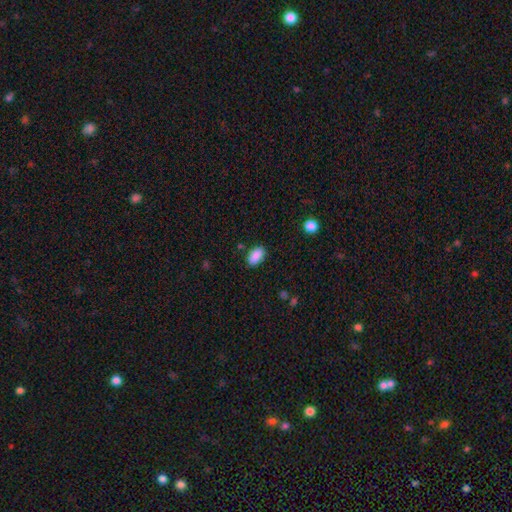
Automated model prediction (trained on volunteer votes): Smooth or featured? Predicted: smooth (p=0.89). How rounded? Predicted: in between (p=0.92). Merging? Predicted: none (p=0.84).